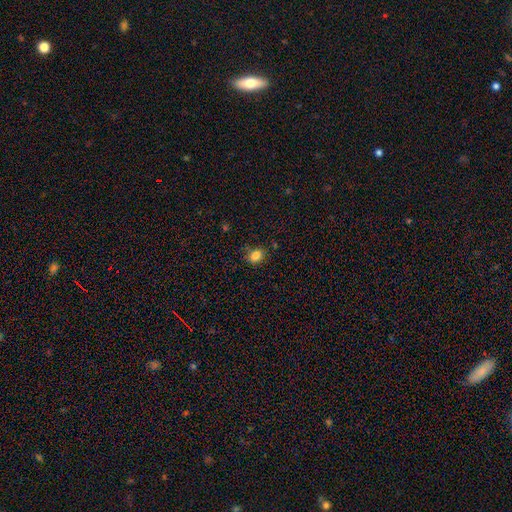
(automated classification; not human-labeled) smooth 83%, star or artifact 12%, featured or disk 5%. Down the decision tree: how rounded — round (52%); merging — none (81%).